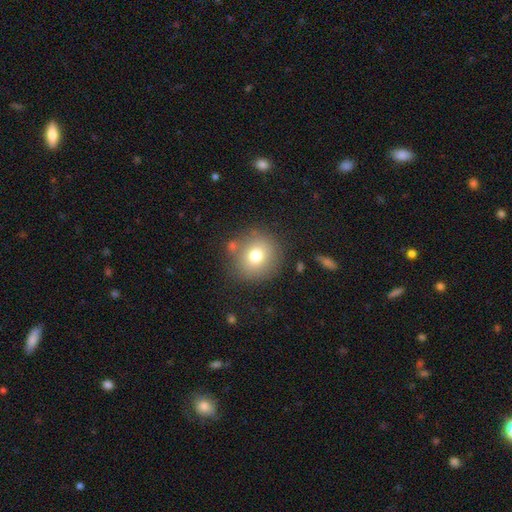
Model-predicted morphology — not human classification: A smooth galaxy with no disk features (75%) that is round (90%).

Vote fractions:
- Smooth or featured? smooth: 75% / featured or disk: 13% / star or artifact: 12%
- How rounded? round: 90% / in between: 9% / cigar-shaped: 1%
- Merging? none: 80% / minor disturbance: 11% / merger: 5% / major disturbance: 4%